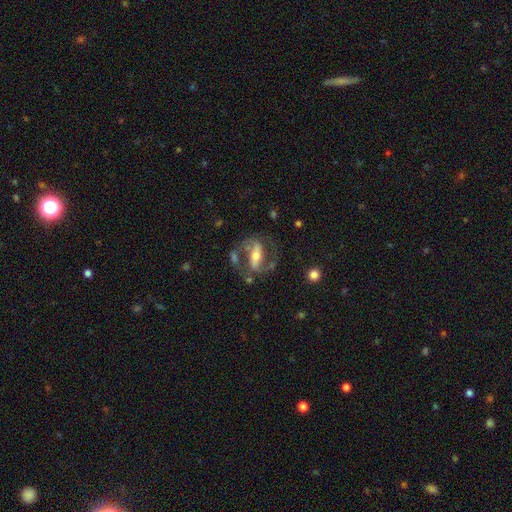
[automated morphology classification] Overall: featured or disk (78%). Edge-on disk: no (91%). Bar: strong (61%; weak 22%). Spiral arms: yes (85%). Spiral arm count: 2 (88%). Spiral winding: medium (52%; loose 25%). Bulge size: moderate (55%; small 33%). Merging: none (60%).